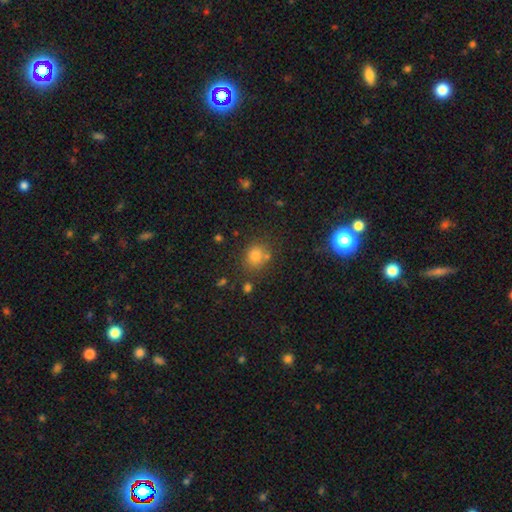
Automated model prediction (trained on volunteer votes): smooth 74%, star or artifact 18%, featured or disk 8%. Down the decision tree: how rounded — round (72%); merging — none (70%).